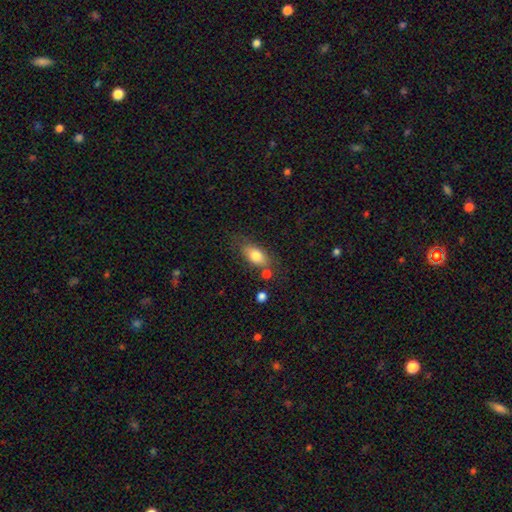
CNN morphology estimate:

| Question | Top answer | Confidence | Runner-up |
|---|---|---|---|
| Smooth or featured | smooth | 78% | featured or disk (14%) |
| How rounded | in between | 84% | cigar-shaped (8%) |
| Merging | none | 67% | minor disturbance (18%) |